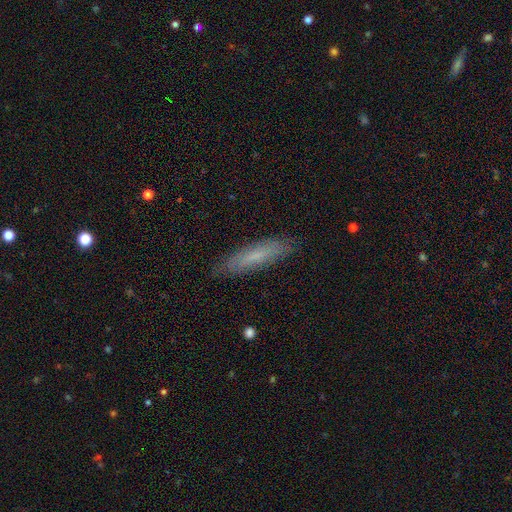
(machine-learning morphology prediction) A smooth galaxy with no disk features (64%) that is cigar-shaped (79%). Merging: none (85%).